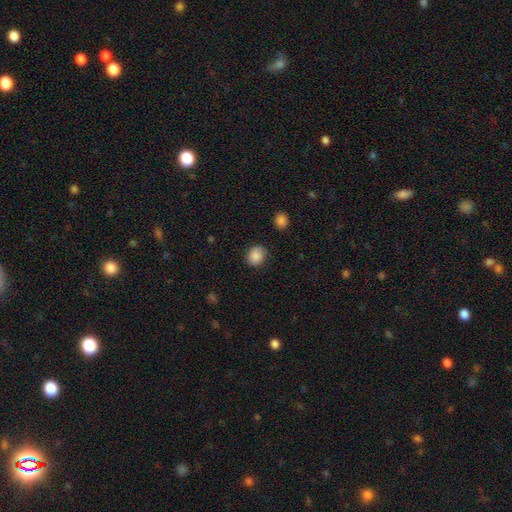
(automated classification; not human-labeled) A smooth galaxy with no disk features (88%) that is round (65%). Merging: none (85%).